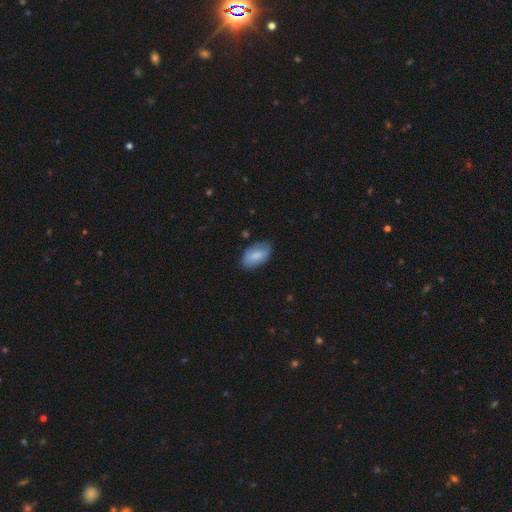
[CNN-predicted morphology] Smooth or featured: smooth — 79% (featured or disk — 15%)
How rounded: in between — 93% (round — 5%)
Merging: none — 74% (minor disturbance — 20%)